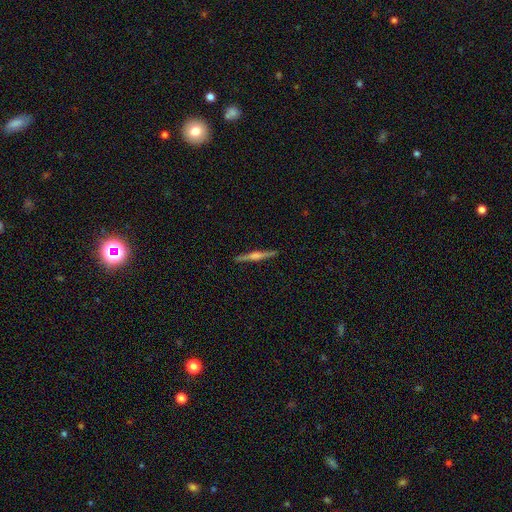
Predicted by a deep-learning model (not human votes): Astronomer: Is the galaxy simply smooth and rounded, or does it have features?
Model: featured or disk — 77%.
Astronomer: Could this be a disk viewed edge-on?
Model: yes — 98%.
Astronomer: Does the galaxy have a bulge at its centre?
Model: rounded — 78%.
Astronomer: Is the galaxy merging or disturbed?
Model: none — 92%.